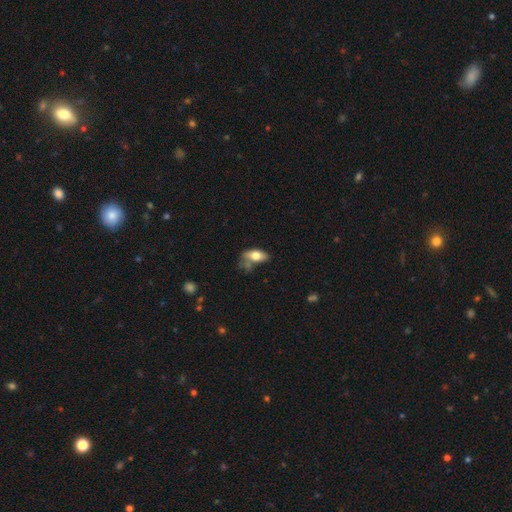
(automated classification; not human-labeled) Overall: smooth (72%). How rounded: in between (88%). Merging: none (38%; minor disturbance 29%).